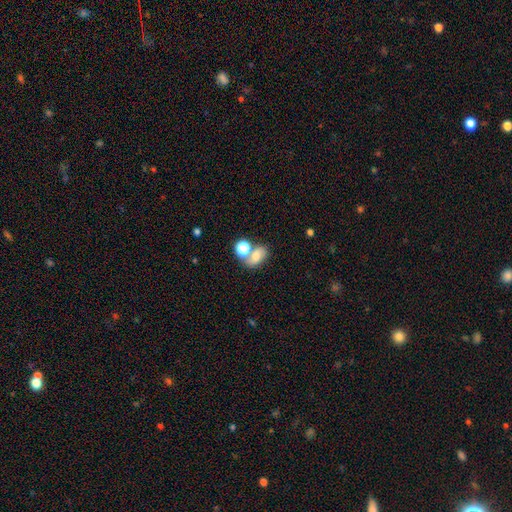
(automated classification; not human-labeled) smooth-or-featured: smooth: 63% | featured or disk: 24% | star or artifact: 13%
  how-rounded: in between: 68% | round: 30% | cigar-shaped: 2%
  merging: merger: 44% | none: 37% | minor disturbance: 12% | major disturbance: 7%